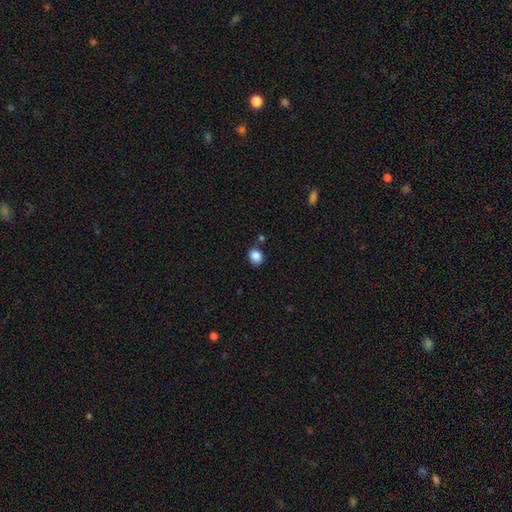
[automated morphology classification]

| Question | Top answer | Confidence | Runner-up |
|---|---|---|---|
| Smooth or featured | smooth | 87% | star or artifact (10%) |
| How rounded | round | 65% | in between (34%) |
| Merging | none | 82% | minor disturbance (10%) |